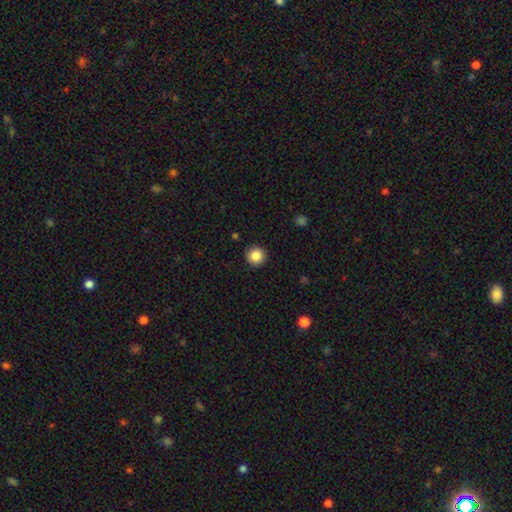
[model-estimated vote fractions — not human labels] smooth-or-featured: smooth: 87% | star or artifact: 9% | featured or disk: 4%
  how-rounded: round: 95% | in between: 4% | cigar-shaped: 1%
  merging: none: 92% | minor disturbance: 5% | major disturbance: 2% | merger: 1%